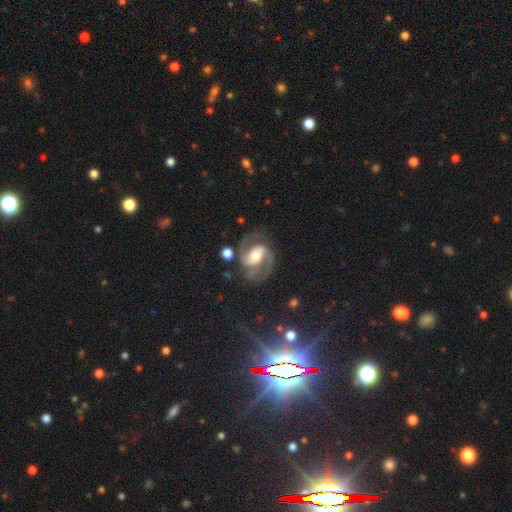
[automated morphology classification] Q: Smooth or featured?
A: featured or disk (87%); runner-up: smooth (7%)
Q: Edge-on disk?
A: no (97%); runner-up: yes (3%)
Q: Bar?
A: strong (41%); runner-up: weak (38%)
Q: Spiral arms?
A: yes (95%); runner-up: no (5%)
Q: Spiral winding?
A: medium (60%); runner-up: tight (24%)
Q: Spiral arm count?
A: 2 (92%); runner-up: can't tell (3%)
Q: Bulge size?
A: moderate (65%); runner-up: small (18%)
Q: Merging?
A: none (75%); runner-up: minor disturbance (14%)